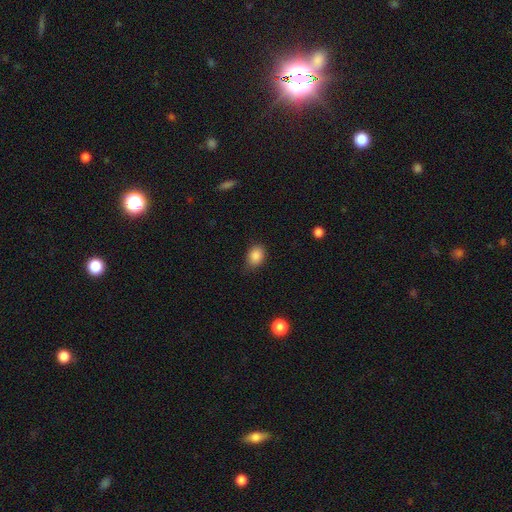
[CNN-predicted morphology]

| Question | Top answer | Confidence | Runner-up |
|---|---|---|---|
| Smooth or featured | smooth | 87% | star or artifact (9%) |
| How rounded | in between | 65% | round (34%) |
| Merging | none | 76% | minor disturbance (19%) |